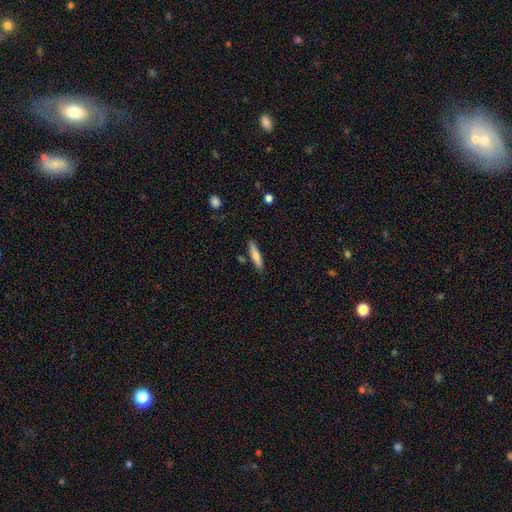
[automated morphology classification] Overall: smooth (76%). How rounded: cigar-shaped (84%). Merging: none (84%).